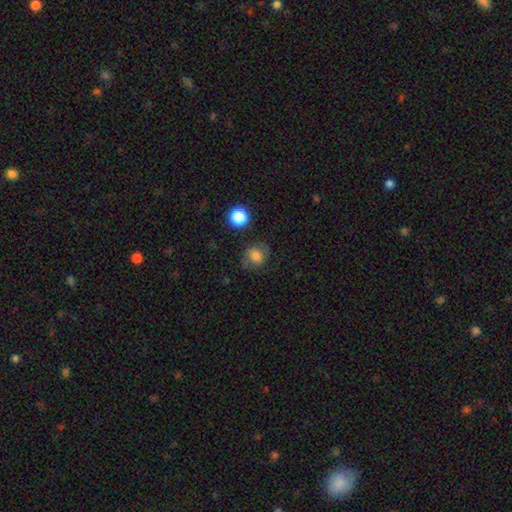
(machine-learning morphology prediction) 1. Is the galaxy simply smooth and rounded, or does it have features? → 72% smooth, 16% featured or disk, 12% star or artifact.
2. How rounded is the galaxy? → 74% round, 25% in between, 1% cigar-shaped.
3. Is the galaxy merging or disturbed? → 68% none, 20% minor disturbance, 10% major disturbance, 2% merger.